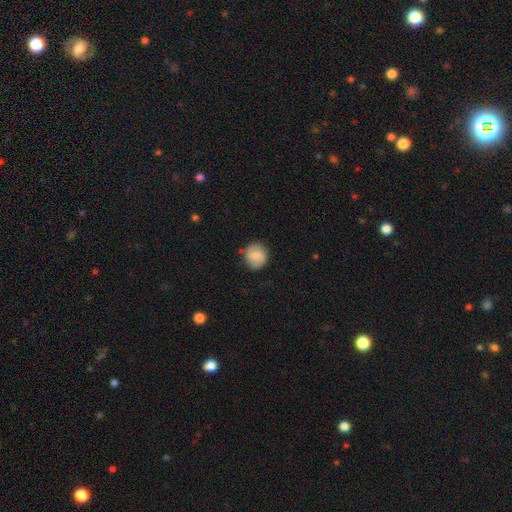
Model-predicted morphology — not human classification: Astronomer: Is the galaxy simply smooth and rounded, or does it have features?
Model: smooth — 77%.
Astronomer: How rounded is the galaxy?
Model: round — 86%.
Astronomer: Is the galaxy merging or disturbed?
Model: none — 79%.